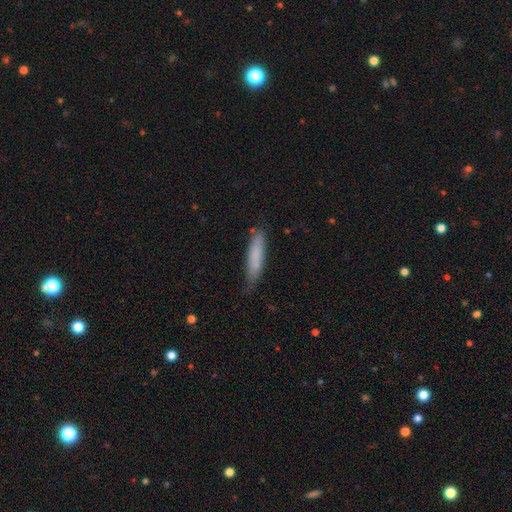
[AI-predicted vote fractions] smooth 80%, featured or disk 14%, star or artifact 6%. Down the decision tree: how rounded — cigar-shaped (84%); merging — none (72%).